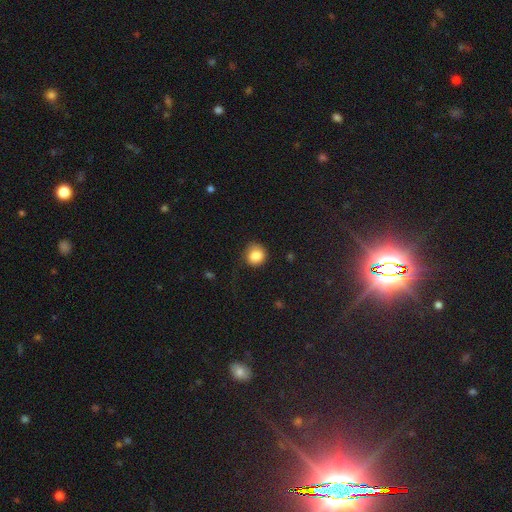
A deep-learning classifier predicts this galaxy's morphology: Smooth or featured?
  - smooth: 86% *
  - star or artifact: 9%
  - featured or disk: 5%
How rounded?
  - round: 85% *
  - in between: 14%
  - cigar-shaped: 1%
Merging?
  - none: 67% *
  - minor disturbance: 23%
  - major disturbance: 9%
  - merger: 1%